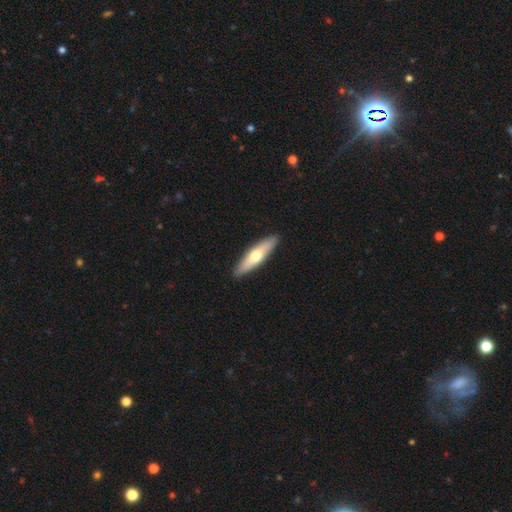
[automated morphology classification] Overall: smooth (57%; featured or disk 38%). How rounded: cigar-shaped (71%). Merging: none (91%).